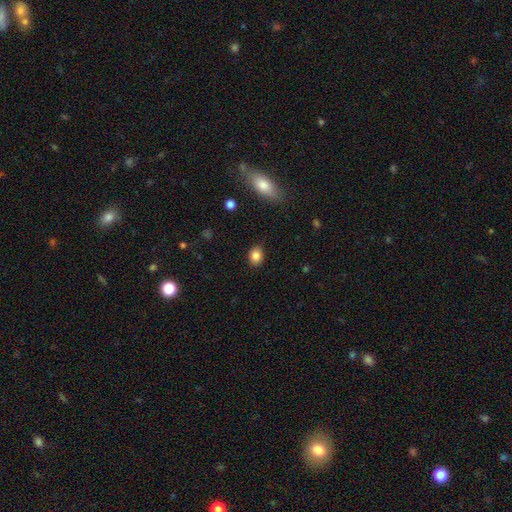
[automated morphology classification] Q: Smooth or featured?
A: smooth (84%); runner-up: star or artifact (10%)
Q: How rounded?
A: in between (54%); runner-up: round (45%)
Q: Merging?
A: none (86%); runner-up: minor disturbance (11%)